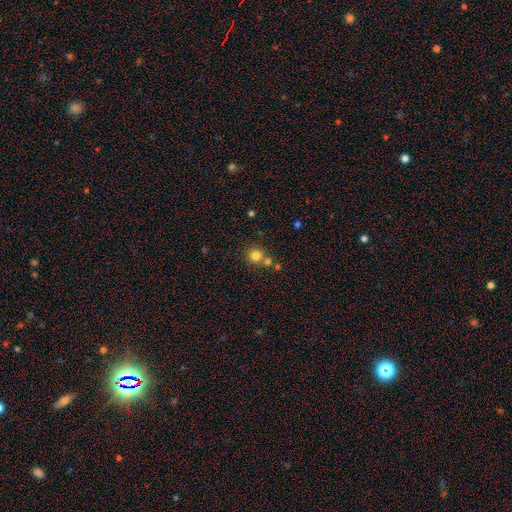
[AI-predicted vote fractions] This appears to be a smooth galaxy with no disk features (79%) that is round (92%). Merging: none (66%).